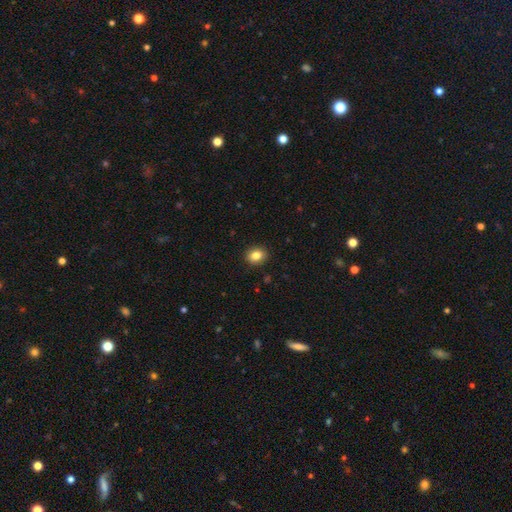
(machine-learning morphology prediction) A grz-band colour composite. It shows a smooth galaxy with no disk features (83%) that is round (55%). Merging: none (91%).